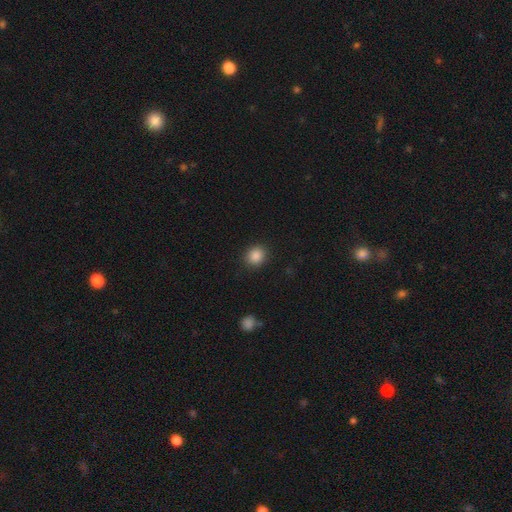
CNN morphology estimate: This appears to be a smooth galaxy with no disk features (87%) that is round (80%). Merging: none (90%).